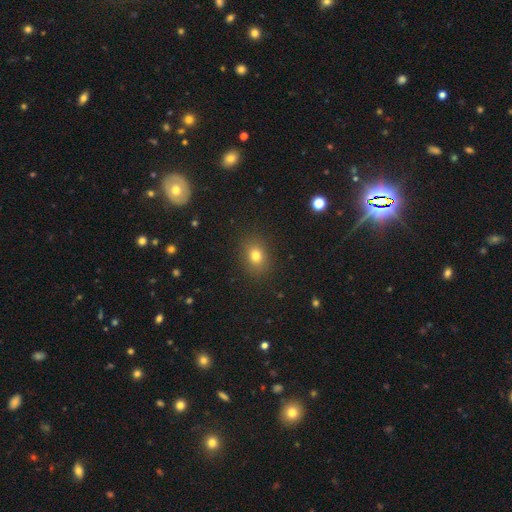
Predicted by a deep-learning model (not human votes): Overall: smooth (78%). How rounded: round (50%; in between 49%). Merging: none (87%).